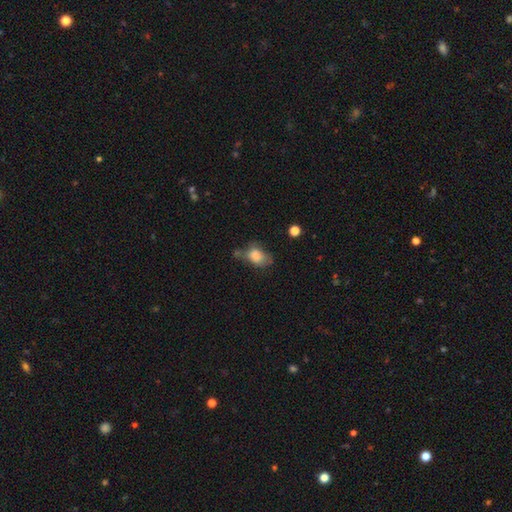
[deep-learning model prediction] Smooth or featured? Predicted: smooth (p=0.79). How rounded? Predicted: in between (p=0.76). Merging? Predicted: none (p=0.38).